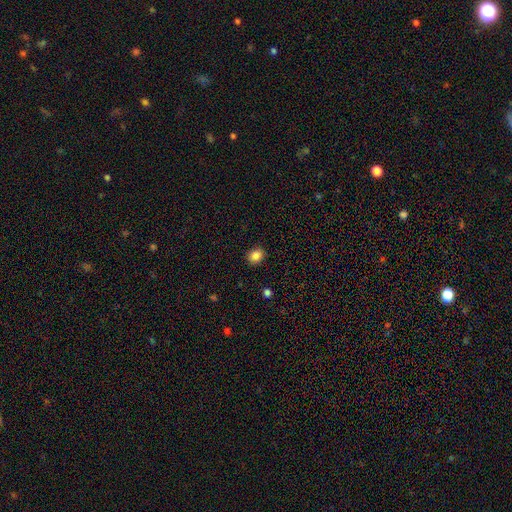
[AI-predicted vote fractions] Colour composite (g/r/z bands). It shows a smooth galaxy with no disk features (85%) that is round (58%). Merging: none (90%).